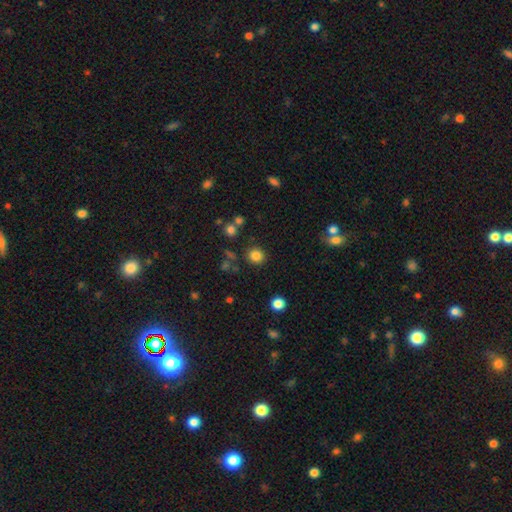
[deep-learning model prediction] Smooth or featured? smooth (82%)
How rounded? round (89%)
Merging? none (86%)